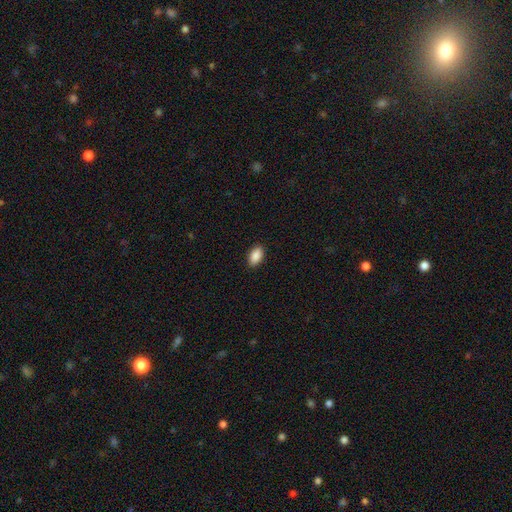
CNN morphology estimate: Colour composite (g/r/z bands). It shows a smooth galaxy with no disk features (90%) that is in between round and cigar-shaped (94%). Merging: none (90%).